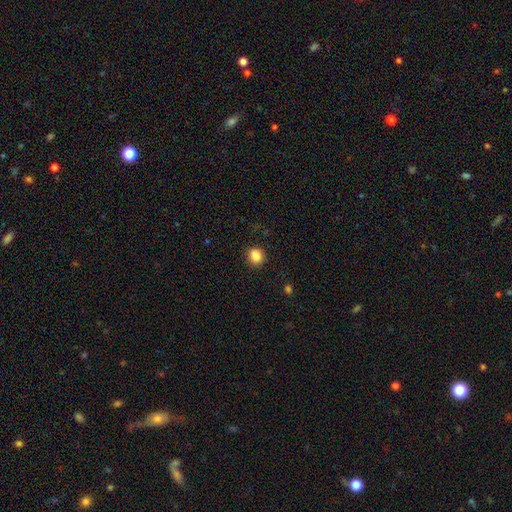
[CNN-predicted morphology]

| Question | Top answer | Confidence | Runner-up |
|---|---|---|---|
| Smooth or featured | smooth | 86% | star or artifact (10%) |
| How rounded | round | 73% | in between (26%) |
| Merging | none | 87% | minor disturbance (9%) |